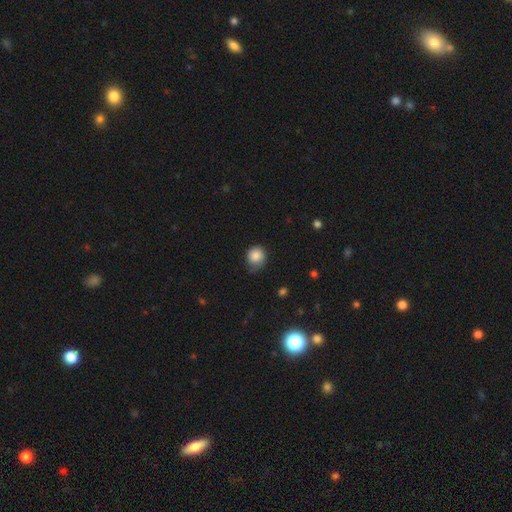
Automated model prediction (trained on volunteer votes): A smooth galaxy with no disk features (83%) that is round (81%). Merging: none (53%).